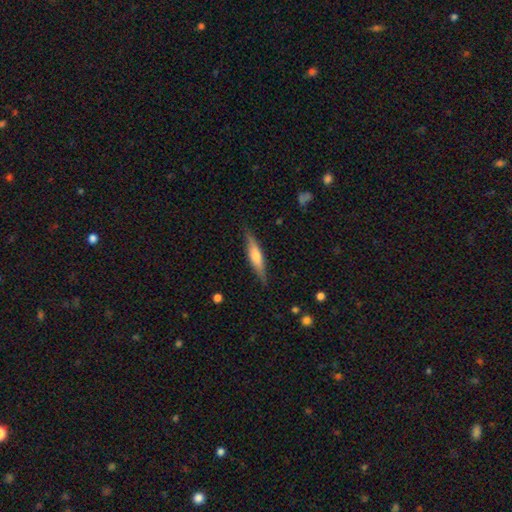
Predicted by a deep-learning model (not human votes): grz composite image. It shows a featured or disk galaxy (49%). Merging: none (84%).